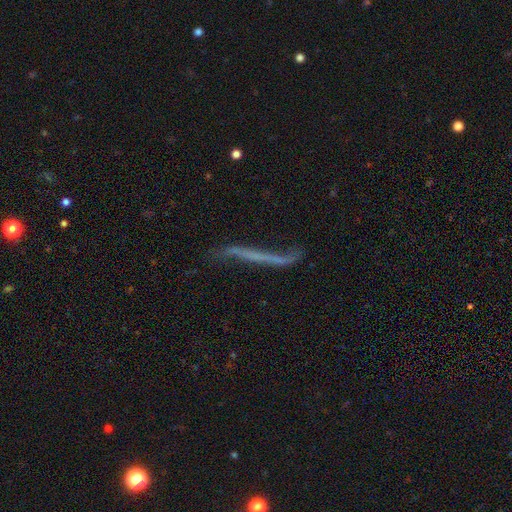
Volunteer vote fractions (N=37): Q: Smooth or featured?
A: featured or disk (81%); runner-up: smooth (14%)
Q: Edge-on disk?
A: yes (67%); runner-up: no (33%)
Q: Edge-on bulge?
A: none (100%)
Q: Merging?
A: none (51%); runner-up: minor disturbance (23%)